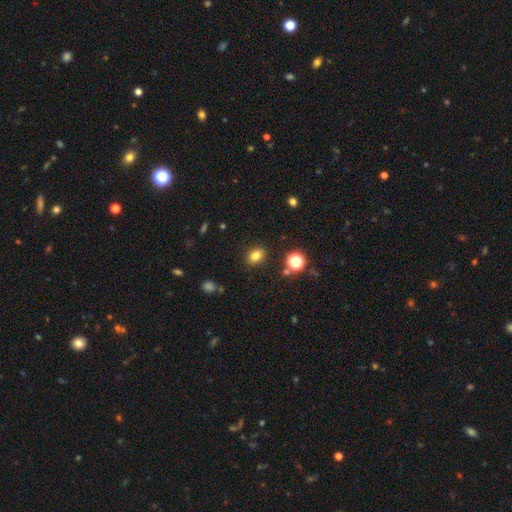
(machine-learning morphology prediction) This is likely a smooth galaxy (80%). How rounded: likely in between (63%). Merging: clearly none (86%).